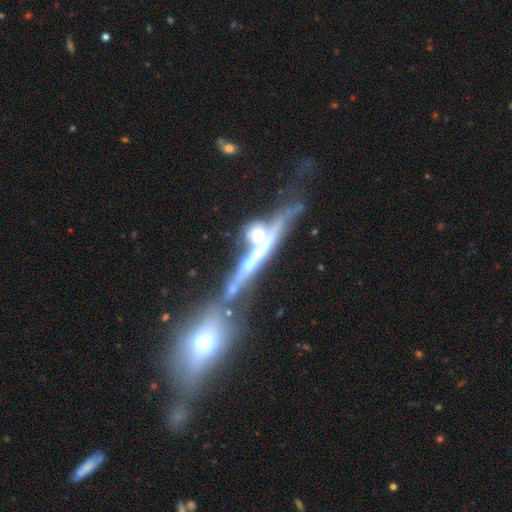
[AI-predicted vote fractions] smooth_or_featured: featured or disk (p=0.71) [alt: smooth p=0.17]
disk_edge_on: yes (p=0.83) [alt: no p=0.17]
edge_on_bulge: none (p=0.49) [alt: rounded p=0.33]
merging: merger (p=0.37) [alt: none p=0.35]